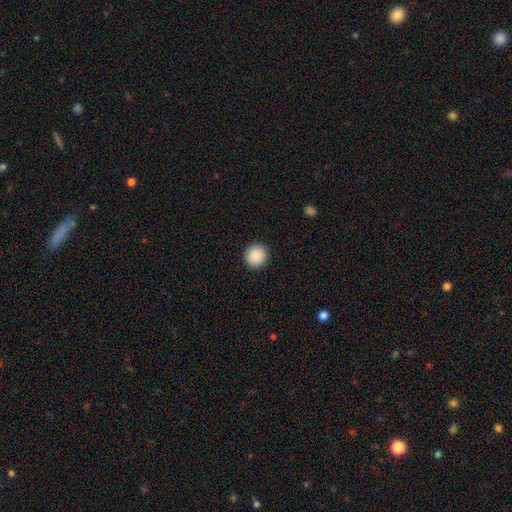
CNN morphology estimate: This appears to be a smooth galaxy with no disk features (90%) that is round (94%). Merging: none (93%).